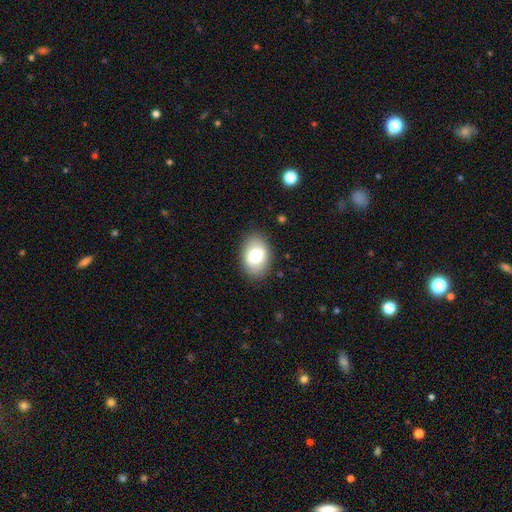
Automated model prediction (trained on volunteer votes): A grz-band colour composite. It shows a smooth galaxy with no disk features (77%) that is in between round and cigar-shaped (84%). Merging: none (87%).